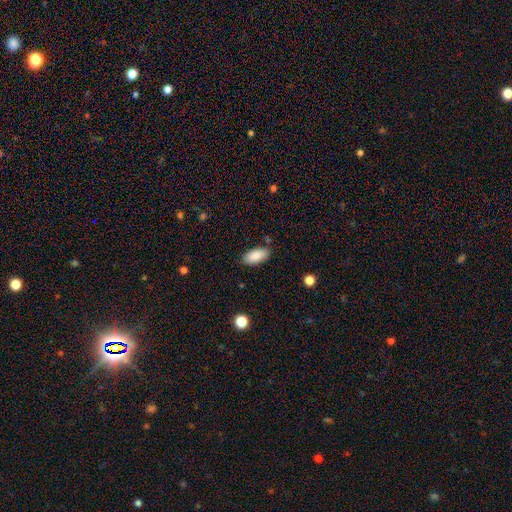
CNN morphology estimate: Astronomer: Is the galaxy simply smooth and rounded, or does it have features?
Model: smooth — 88%.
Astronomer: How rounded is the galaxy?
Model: in between — 91%.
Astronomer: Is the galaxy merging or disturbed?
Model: none — 84%.